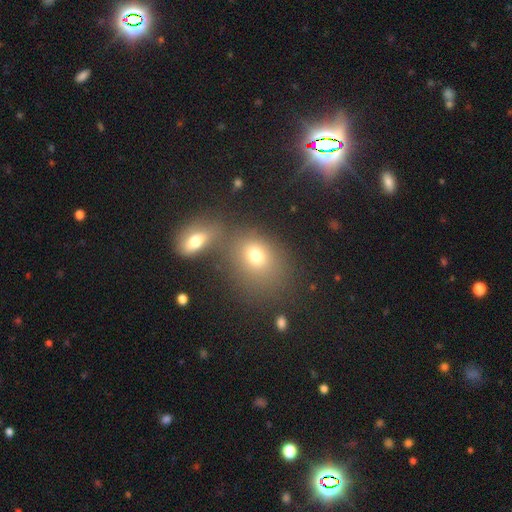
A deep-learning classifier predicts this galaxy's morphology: Smooth or featured? smooth (71%)
How rounded? in between (54%)
Merging? none (49%)